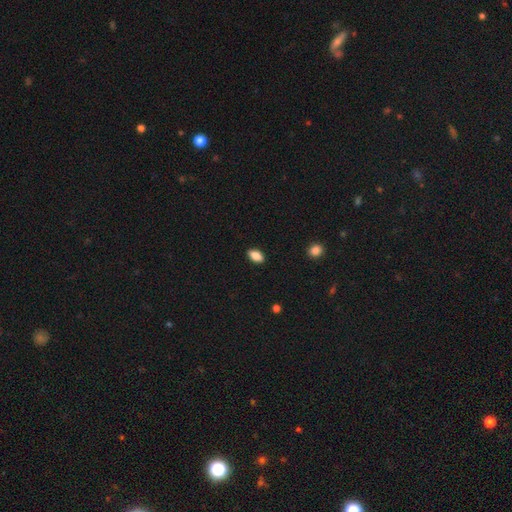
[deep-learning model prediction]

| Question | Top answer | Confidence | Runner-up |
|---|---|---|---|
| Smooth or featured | smooth | 87% | star or artifact (8%) |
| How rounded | in between | 91% | round (6%) |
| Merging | none | 89% | minor disturbance (8%) |